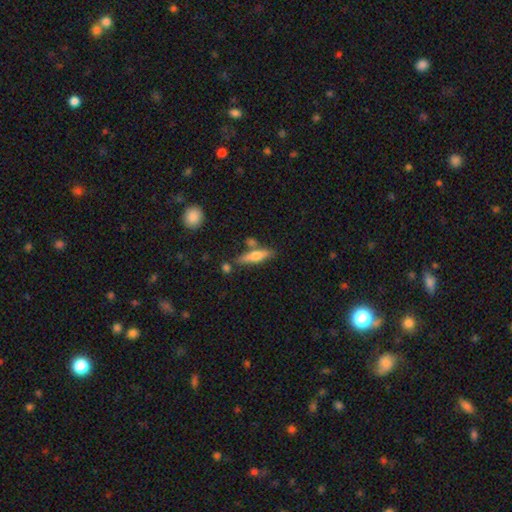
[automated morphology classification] The model was most divided on "smooth or featured": smooth: 56%, featured or disk: 37%, star or artifact: 6%. More confident: how rounded — cigar-shaped (71%); merging — none (68%).